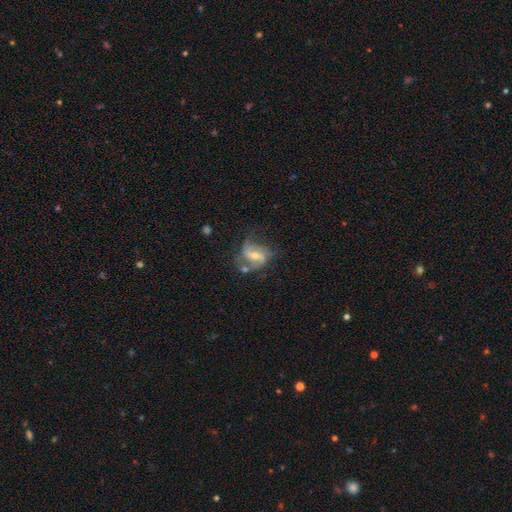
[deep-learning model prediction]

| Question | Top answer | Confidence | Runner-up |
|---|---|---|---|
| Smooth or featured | featured or disk | 78% | smooth (14%) |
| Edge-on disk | no | 97% | yes (3%) |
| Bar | weak | 45% | strong (32%) |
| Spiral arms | yes | 90% | no (10%) |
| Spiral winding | loose | 43% | medium (42%) |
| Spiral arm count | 2 | 71% | can't tell (10%) |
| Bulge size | moderate | 54% | small (40%) |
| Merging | none | 48% | minor disturbance (24%) |